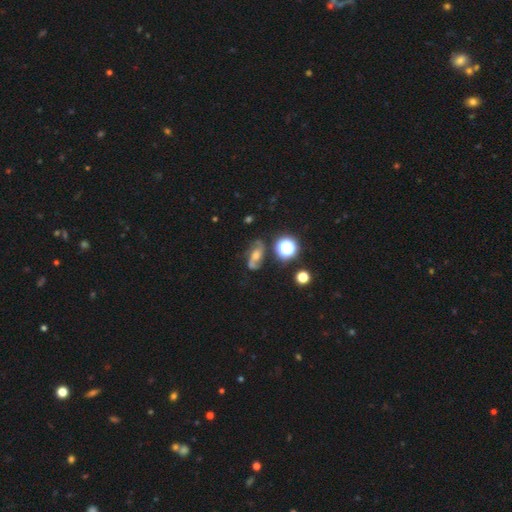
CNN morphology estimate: smooth-or-featured: featured or disk: 62% | star or artifact: 21% | smooth: 18%
  disk-edge-on: no: 94% | yes: 6%
    bar: no: 54% | weak: 33% | strong: 13%
    has-spiral-arms: yes: 88% | no: 12%
      spiral-winding: medium: 43% | loose: 40% | tight: 17%
      spiral-arm-count: 2: 89% | can't tell: 5% | 1: 3% | 3: 1% | 4: 1% | more than 4: 1%
    bulge-size: moderate: 57% | small: 22% | large: 14% | none: 4% | dominant: 3%
  merging: none: 71% | minor disturbance: 15% | major disturbance: 8% | merger: 7%